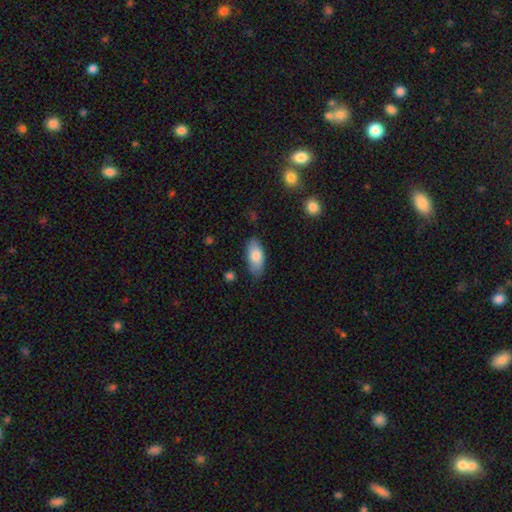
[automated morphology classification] Smooth or featured? Predicted: smooth (p=0.81). How rounded? Predicted: in between (p=0.87). Merging? Predicted: none (p=0.81).